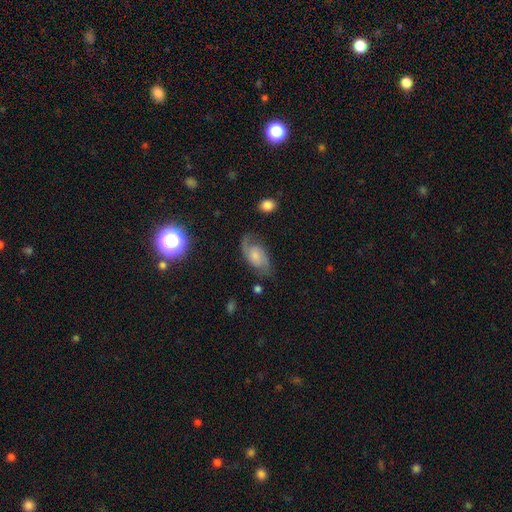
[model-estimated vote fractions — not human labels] A featured or disk galaxy (62%) with no bar (60%), 2 (79%) medium (46%) spiral arms (90%) and a small central bulge (38%). Merging: none (63%).